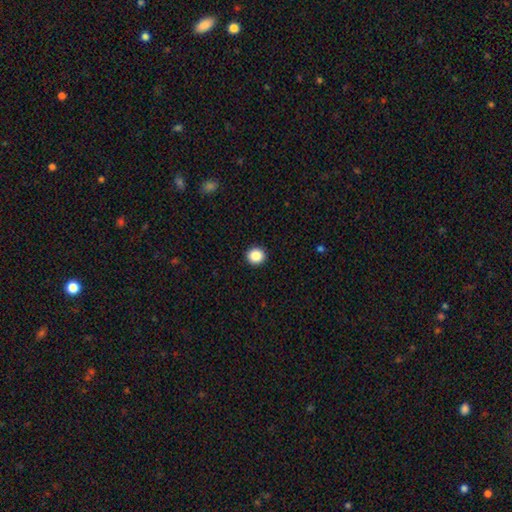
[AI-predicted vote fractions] Smooth or featured? Predicted: smooth (p=0.87). How rounded? Predicted: round (p=0.93). Merging? Predicted: none (p=0.93).